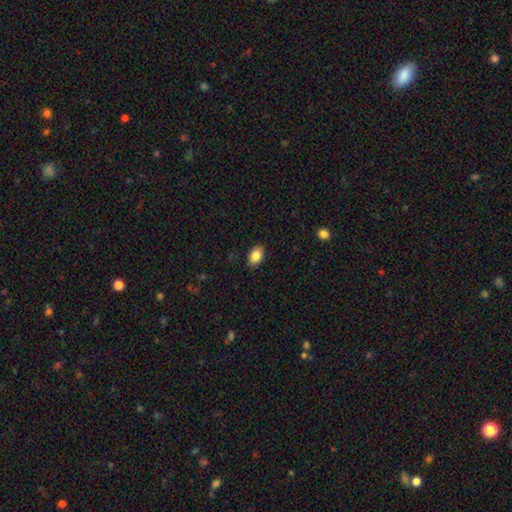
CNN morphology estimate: This appears to be a smooth galaxy with no disk features (85%) that is in between round and cigar-shaped (89%). Merging: none (88%).